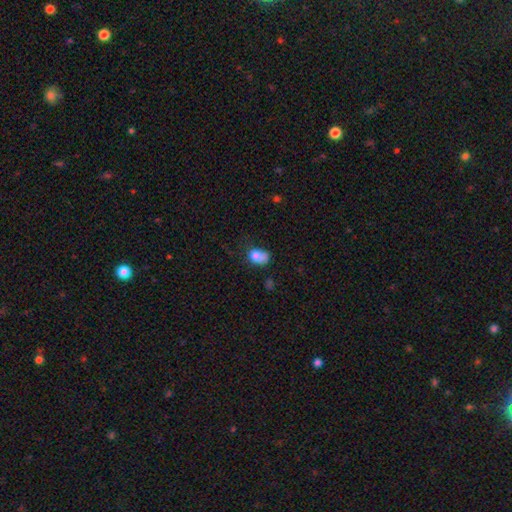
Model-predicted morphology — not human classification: Smooth or featured? Predicted: smooth (p=0.77). How rounded? Predicted: in between (p=0.70). Merging? Predicted: minor disturbance (p=0.34).